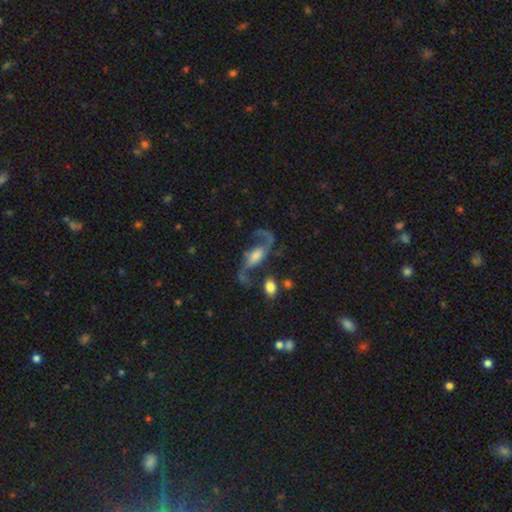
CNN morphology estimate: smooth_or_featured: featured or disk (p=0.86) [alt: smooth p=0.08]
disk_edge_on: no (p=0.94) [alt: yes p=0.06]
bar: weak (p=0.42) [alt: no p=0.37]
has_spiral_arms: yes (p=0.96) [alt: no p=0.04]
spiral_winding: loose (p=0.77) [alt: medium p=0.19]
spiral_arm_count: 2 (p=0.92) [alt: 1 p=0.04]
bulge_size: moderate (p=0.37) [alt: large p=0.29]
merging: none (p=0.62) [alt: minor disturbance p=0.16]